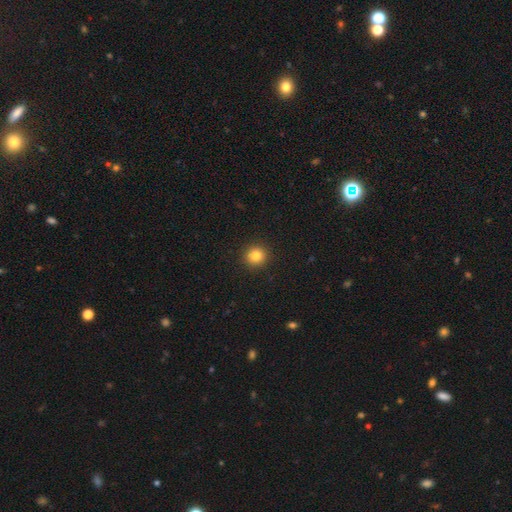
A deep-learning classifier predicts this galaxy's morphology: smooth_or_featured: smooth (p=0.83) [alt: star or artifact p=0.11]
how_rounded: round (p=0.93) [alt: in between p=0.06]
merging: none (p=0.93) [alt: minor disturbance p=0.05]